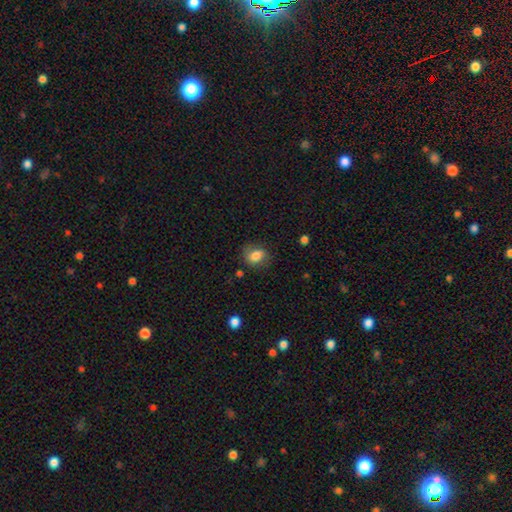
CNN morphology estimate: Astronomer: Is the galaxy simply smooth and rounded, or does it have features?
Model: smooth — 79%.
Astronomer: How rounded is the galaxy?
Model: in between — 59% (runner-up: round, 39%).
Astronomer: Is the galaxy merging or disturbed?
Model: none — 72%.